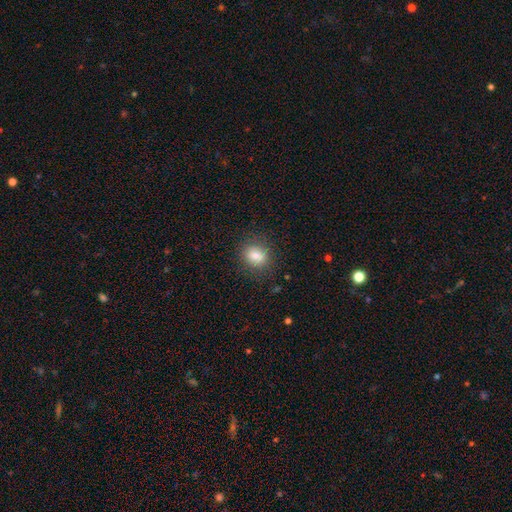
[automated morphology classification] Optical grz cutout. It shows a smooth galaxy with no disk features (82%) that is round (58%). Merging: none (85%).